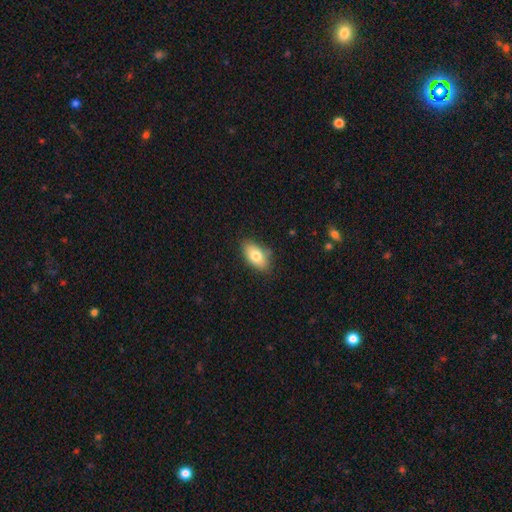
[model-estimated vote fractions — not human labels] Q: Smooth or featured?
A: smooth (78%); runner-up: featured or disk (15%)
Q: How rounded?
A: in between (91%); runner-up: round (5%)
Q: Merging?
A: none (82%); runner-up: minor disturbance (14%)